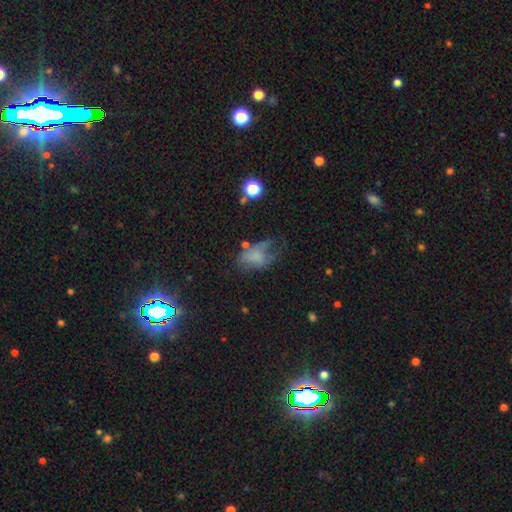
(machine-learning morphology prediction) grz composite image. It shows a smooth galaxy with no disk features (54%) that is in between round and cigar-shaped (83%). Merging: major disturbance (45%).